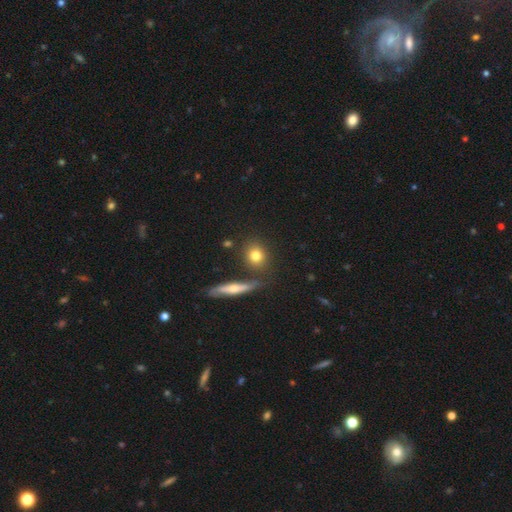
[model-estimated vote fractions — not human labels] Overall: smooth (77%). How rounded: round (73%). Merging: none (79%).